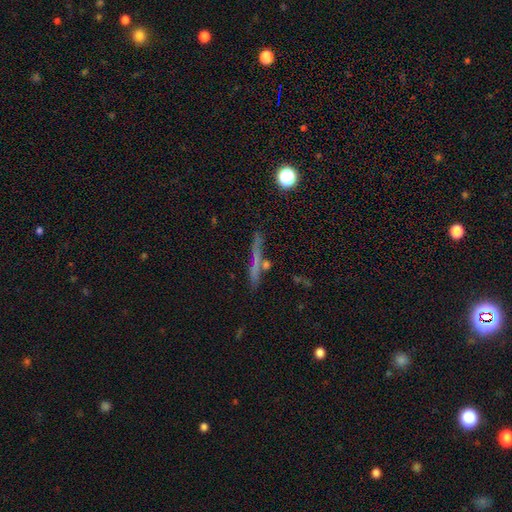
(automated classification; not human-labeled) Q: Smooth or featured?
A: smooth (45%); runner-up: featured or disk (41%)
Q: Merging?
A: none (80%); runner-up: minor disturbance (11%)